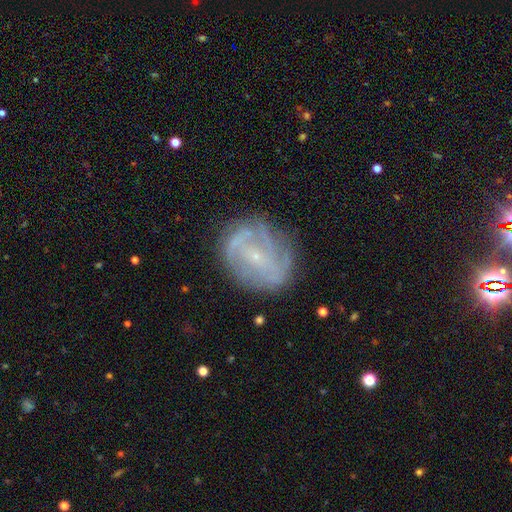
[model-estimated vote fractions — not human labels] Smooth or featured? Predicted: featured or disk (p=0.74). Edge-on disk? Predicted: no (p=0.97). Bar? Predicted: no (p=0.42). Spiral arms? Predicted: yes (p=0.84). Spiral winding? Predicted: tight (p=0.42). Spiral arm count? Predicted: 2 (p=0.38). Bulge size? Predicted: small (p=0.83). Merging? Predicted: none (p=0.73).